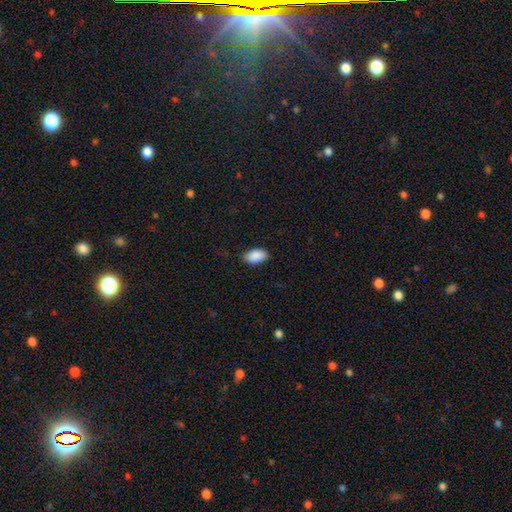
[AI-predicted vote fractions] The model was most divided on "merging": none: 86%, minor disturbance: 11%, major disturbance: 2%, merger: 1%. More confident: how rounded — in between (94%); smooth or featured — smooth (90%).